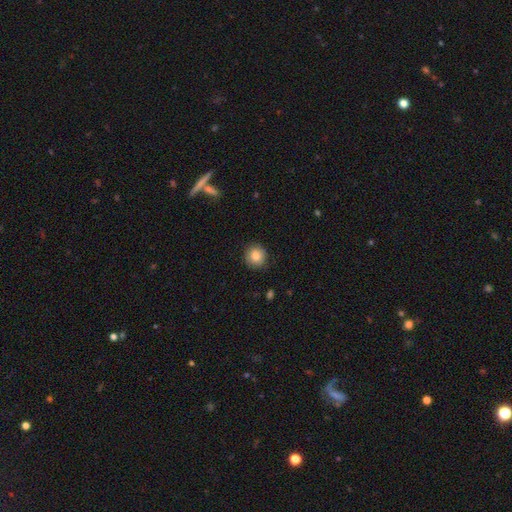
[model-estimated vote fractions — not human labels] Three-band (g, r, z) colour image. It shows a smooth galaxy with no disk features (84%) that is round (91%). Merging: none (88%).